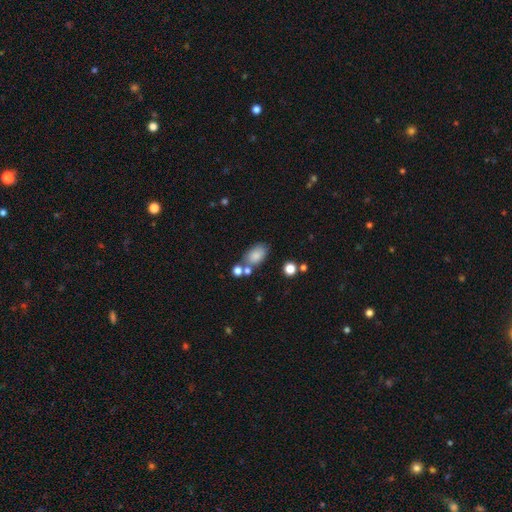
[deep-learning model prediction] Smooth or featured? Predicted: smooth (p=0.82). How rounded? Predicted: in between (p=0.88). Merging? Predicted: none (p=0.62).